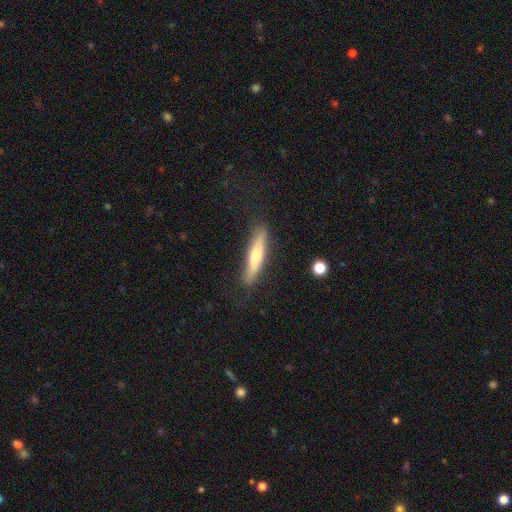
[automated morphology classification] Q: Smooth or featured?
A: smooth (61%); runner-up: featured or disk (33%)
Q: How rounded?
A: cigar-shaped (88%); runner-up: in between (10%)
Q: Merging?
A: none (85%); runner-up: minor disturbance (11%)